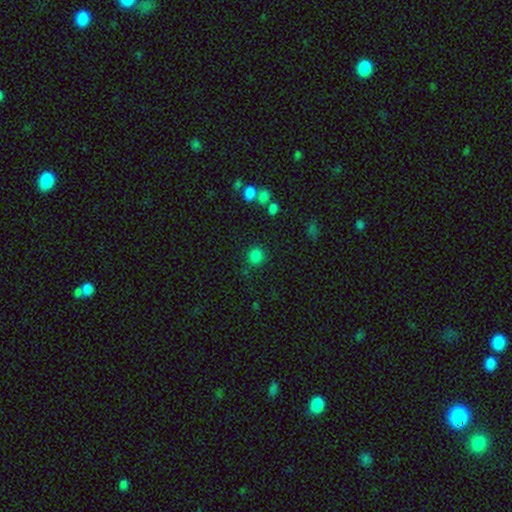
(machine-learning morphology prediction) A smooth galaxy with no disk features (81%) that is round (75%). Merging: none (81%).